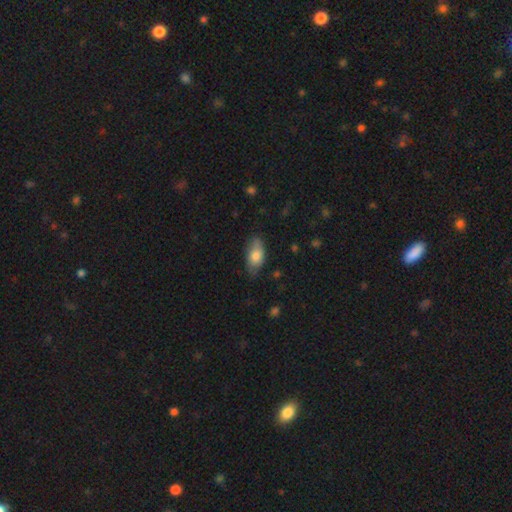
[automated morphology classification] Overall: smooth (75%). How rounded: in between (90%). Merging: none (69%).